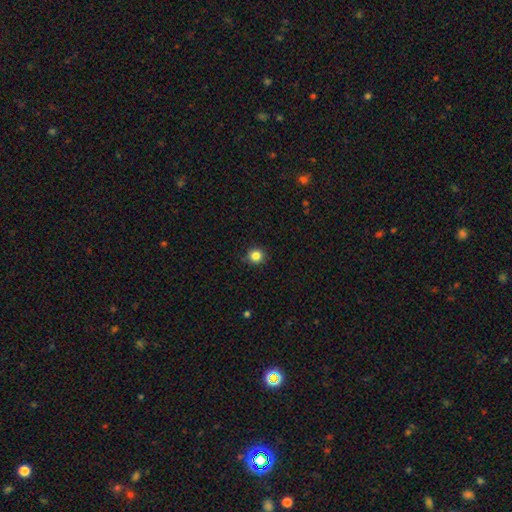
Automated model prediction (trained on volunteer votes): A smooth galaxy with no disk features (84%) that is round (92%). Merging: none (88%).